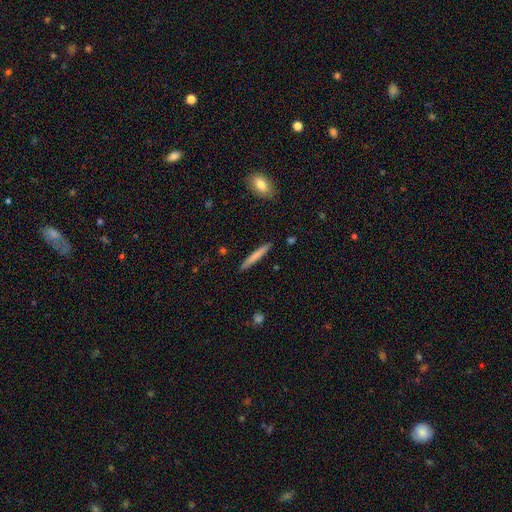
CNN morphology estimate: Smooth or featured? Predicted: smooth (p=0.70). How rounded? Predicted: cigar-shaped (p=0.96). Merging? Predicted: none (p=0.90).